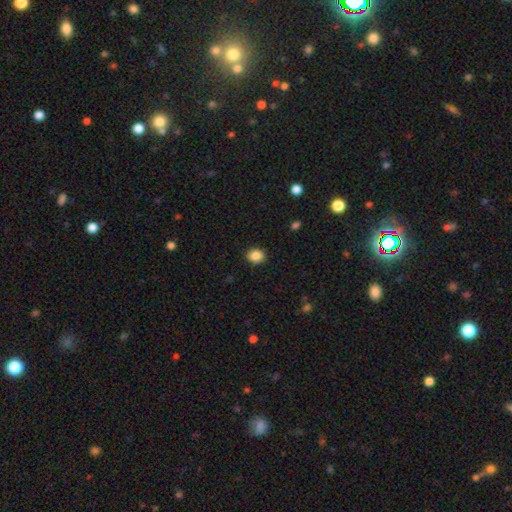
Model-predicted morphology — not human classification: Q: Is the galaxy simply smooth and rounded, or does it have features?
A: smooth — 87%.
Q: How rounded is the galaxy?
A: round — 62%.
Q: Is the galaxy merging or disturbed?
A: none — 90%.